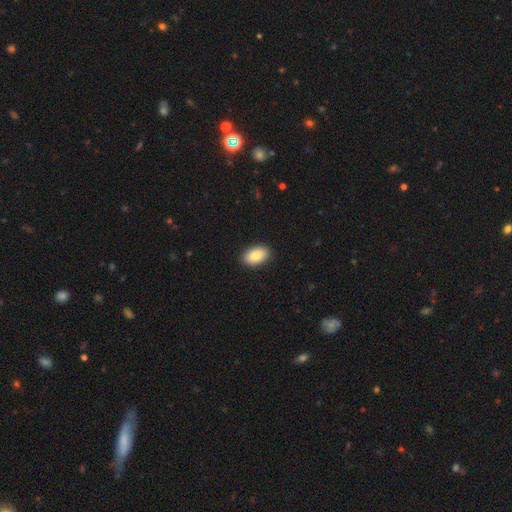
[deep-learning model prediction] Smooth or featured? smooth (83%)
How rounded? in between (91%)
Merging? none (90%)